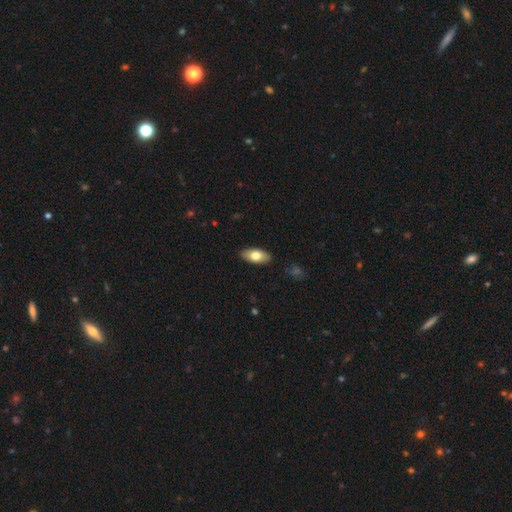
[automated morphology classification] Smooth or featured?
  - smooth: 75% *
  - featured or disk: 19%
  - star or artifact: 6%
How rounded?
  - in between: 90% *
  - cigar-shaped: 7%
  - round: 3%
Merging?
  - none: 88% *
  - minor disturbance: 9%
  - major disturbance: 2%
  - merger: 1%